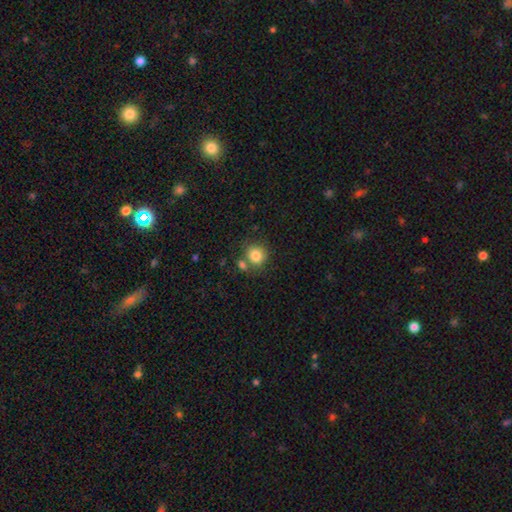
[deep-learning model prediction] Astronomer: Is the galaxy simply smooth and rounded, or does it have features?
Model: smooth — 82%.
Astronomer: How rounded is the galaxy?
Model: round — 88%.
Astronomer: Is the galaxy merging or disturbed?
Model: none — 66%.